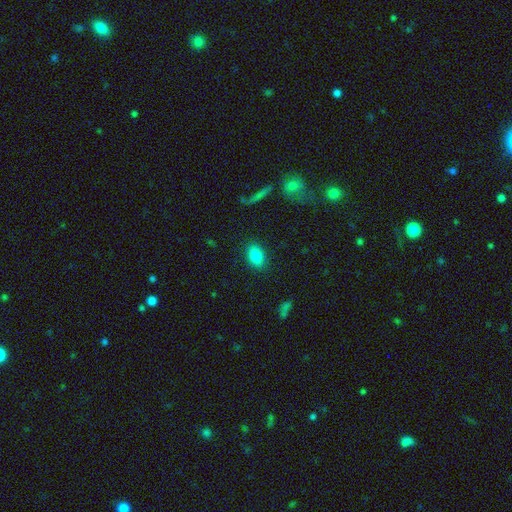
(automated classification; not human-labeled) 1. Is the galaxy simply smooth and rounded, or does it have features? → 83% smooth, 8% star or artifact, 8% featured or disk.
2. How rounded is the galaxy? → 87% in between, 10% round, 3% cigar-shaped.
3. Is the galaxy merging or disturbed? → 87% none, 9% minor disturbance, 2% major disturbance, 1% merger.